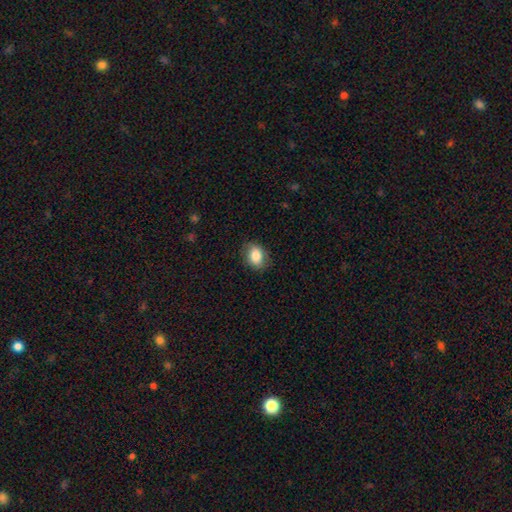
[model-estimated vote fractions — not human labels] Overall: smooth (82%). How rounded: in between (72%). Merging: none (81%).